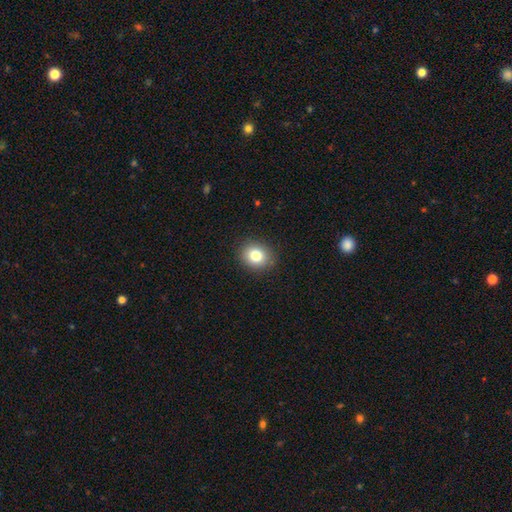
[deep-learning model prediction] smooth_or_featured: smooth (p=0.81) [alt: star or artifact p=0.11]
how_rounded: round (p=0.65) [alt: in between p=0.34]
merging: none (p=0.90) [alt: minor disturbance p=0.07]